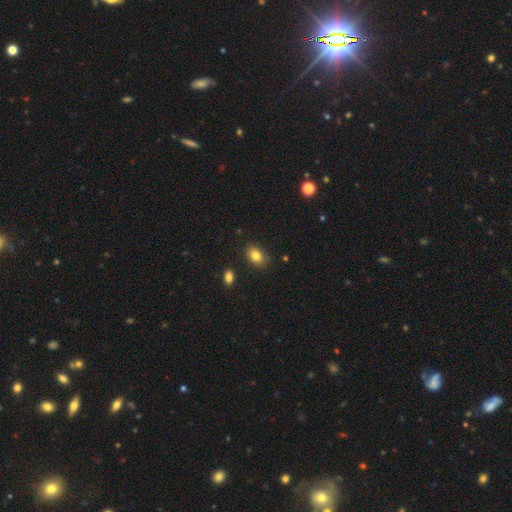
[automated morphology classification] smooth-or-featured: smooth: 84% | star or artifact: 9% | featured or disk: 7%
  how-rounded: in between: 80% | round: 19% | cigar-shaped: 1%
  merging: none: 84% | minor disturbance: 11% | major disturbance: 3% | merger: 2%